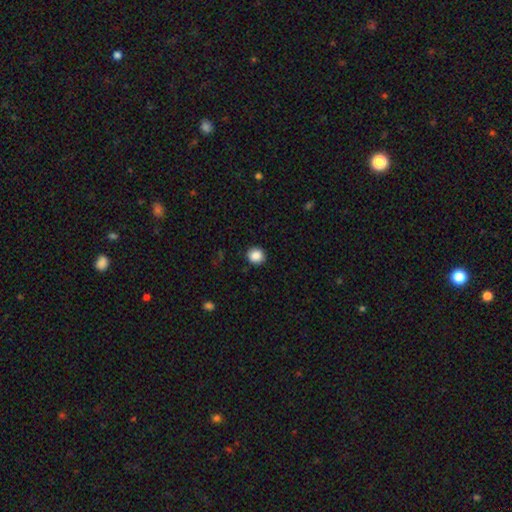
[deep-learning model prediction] A smooth galaxy with no disk features (88%) that is round (90%).

Vote fractions:
- Smooth or featured? smooth: 88% / star or artifact: 9% / featured or disk: 3%
- How rounded? round: 90% / in between: 9% / cigar-shaped: 1%
- Merging? none: 91% / minor disturbance: 6% / major disturbance: 2% / merger: 1%